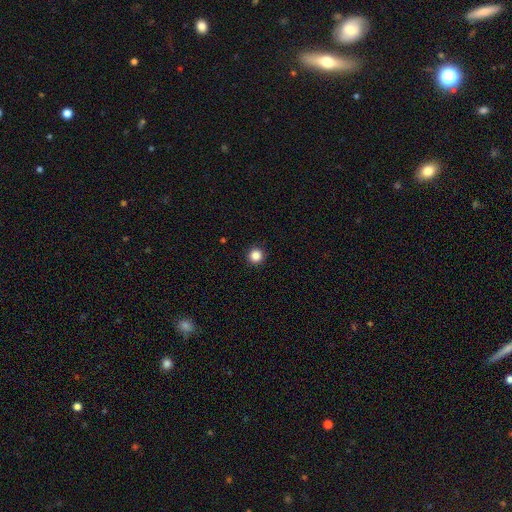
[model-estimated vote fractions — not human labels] Smooth or featured? Predicted: smooth (p=0.86). How rounded? Predicted: round (p=0.96). Merging? Predicted: none (p=0.93).